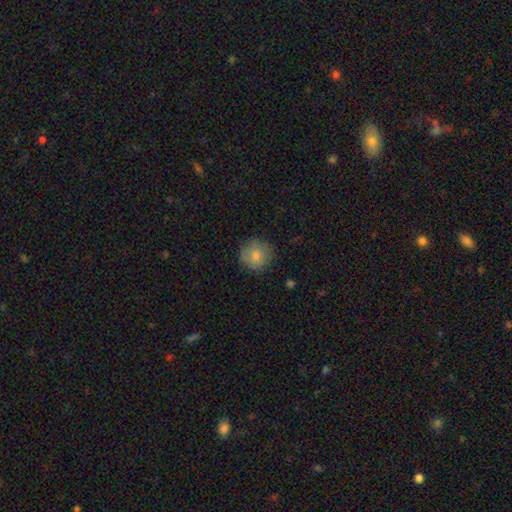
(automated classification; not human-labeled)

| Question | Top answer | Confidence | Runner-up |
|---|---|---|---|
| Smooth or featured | smooth | 80% | featured or disk (11%) |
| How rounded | round | 93% | in between (6%) |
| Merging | none | 81% | minor disturbance (14%) |